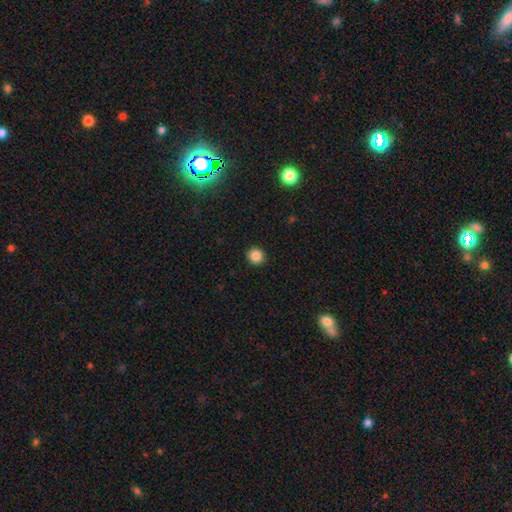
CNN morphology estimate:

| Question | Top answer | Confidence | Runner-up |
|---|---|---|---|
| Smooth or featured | smooth | 86% | star or artifact (10%) |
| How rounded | round | 92% | in between (7%) |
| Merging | none | 93% | minor disturbance (5%) |